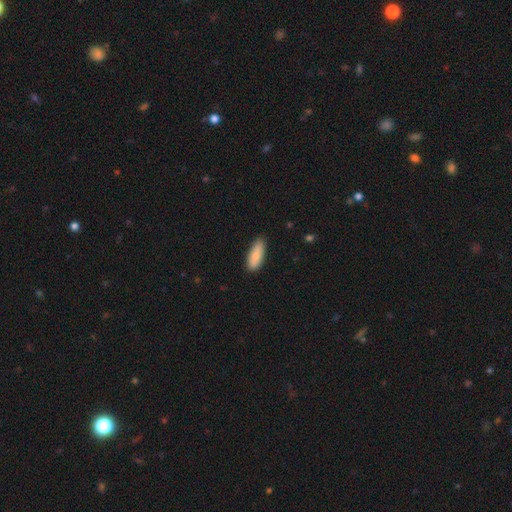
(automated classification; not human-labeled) Smooth or featured: smooth — 84% (featured or disk — 11%)
How rounded: in between — 73% (cigar-shaped — 25%)
Merging: none — 82% (minor disturbance — 15%)